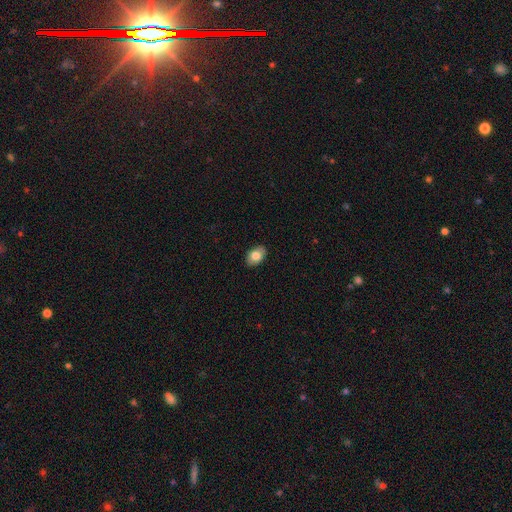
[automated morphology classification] Smooth or featured: smooth — 79% (featured or disk — 14%)
How rounded: in between — 87% (round — 11%)
Merging: none — 89% (minor disturbance — 9%)